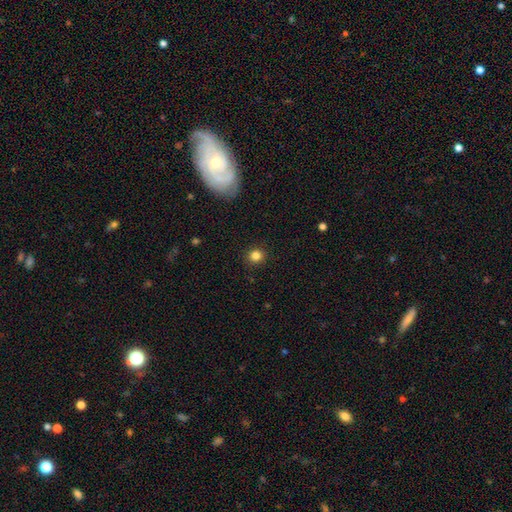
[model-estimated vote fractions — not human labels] Smooth or featured? smooth (83%)
How rounded? round (91%)
Merging? none (91%)